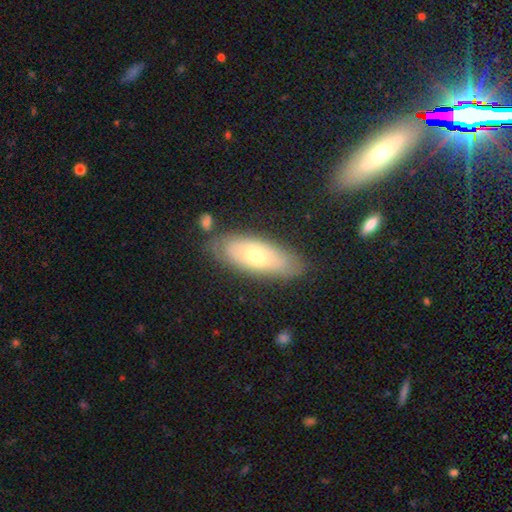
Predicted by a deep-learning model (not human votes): Q: Smooth or featured?
A: featured or disk (48%); runner-up: smooth (46%)
Q: Merging?
A: none (75%); runner-up: minor disturbance (17%)